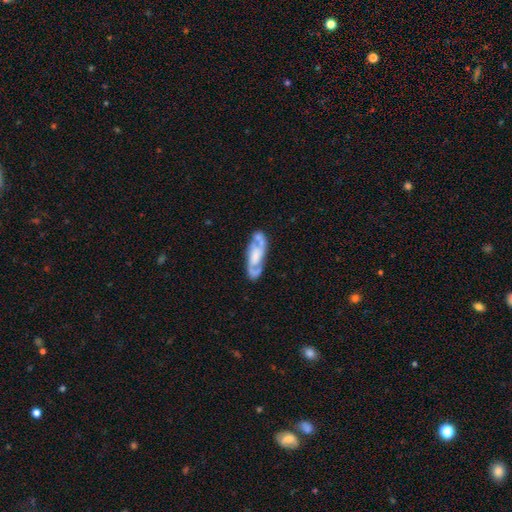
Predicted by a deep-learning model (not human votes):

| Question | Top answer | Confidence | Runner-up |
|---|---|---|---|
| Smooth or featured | featured or disk | 80% | smooth (15%) |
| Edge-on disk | no | 91% | yes (9%) |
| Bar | no | 50% | weak (35%) |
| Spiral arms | yes | 92% | no (8%) |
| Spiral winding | medium | 49% | tight (32%) |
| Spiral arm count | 2 | 83% | can't tell (9%) |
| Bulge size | moderate | 31% | none (24%) |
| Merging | none | 69% | minor disturbance (18%) |